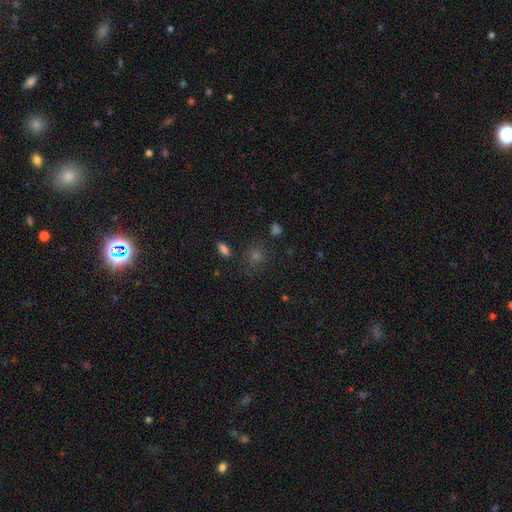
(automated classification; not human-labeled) smooth-or-featured: smooth: 55% | star or artifact: 36% | featured or disk: 9%
  how-rounded: round: 76% | in between: 23% | cigar-shaped: 2%
  merging: none: 79% | minor disturbance: 11% | merger: 5% | major disturbance: 4%